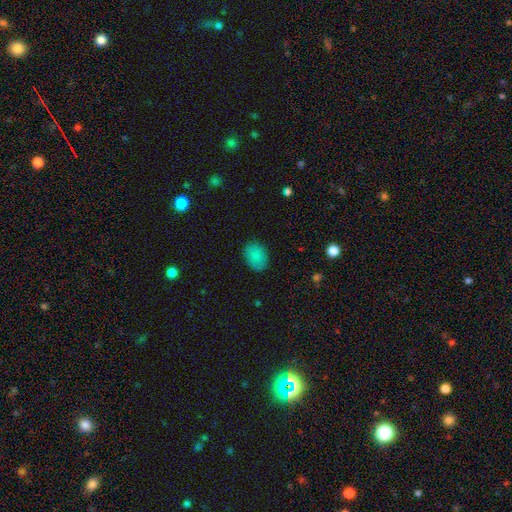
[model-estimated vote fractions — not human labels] The model was most divided on "how rounded": in between: 75%, round: 24%, cigar-shaped: 1%. More confident: smooth or featured — smooth (86%); merging — none (85%).